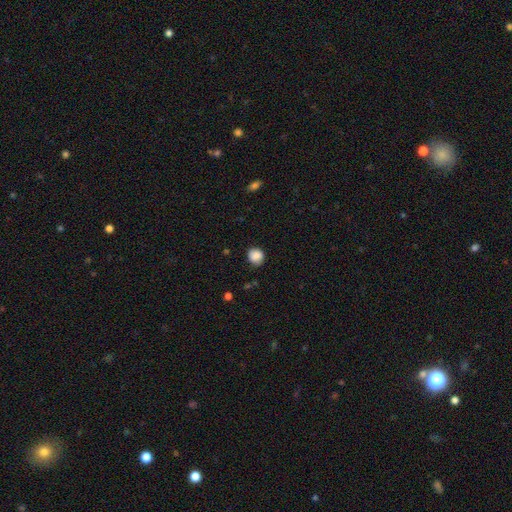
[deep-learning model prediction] The model was most divided on "merging": none: 75%, minor disturbance: 19%, major disturbance: 4%, merger: 2%. More confident: smooth or featured — smooth (85%); how rounded — round (81%).